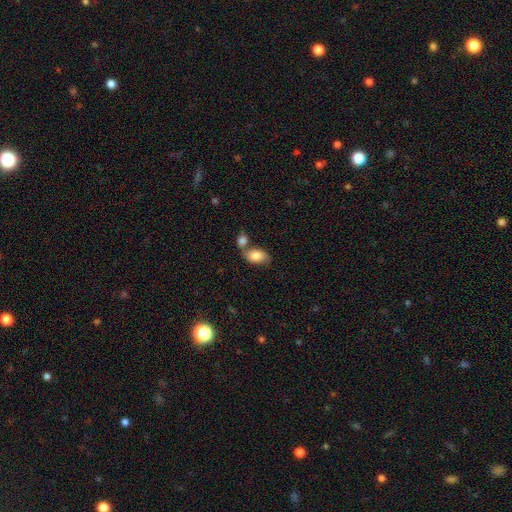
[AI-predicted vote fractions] This is clearly a smooth galaxy (80%). How rounded: clearly in between (91%). Merging: marginally merger (42%, tied with none).